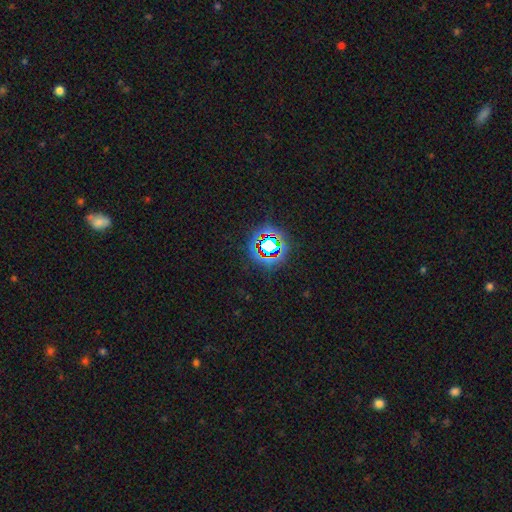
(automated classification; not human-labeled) Smooth or featured?
  - star or artifact: 76% *
  - smooth: 15%
  - featured or disk: 9%